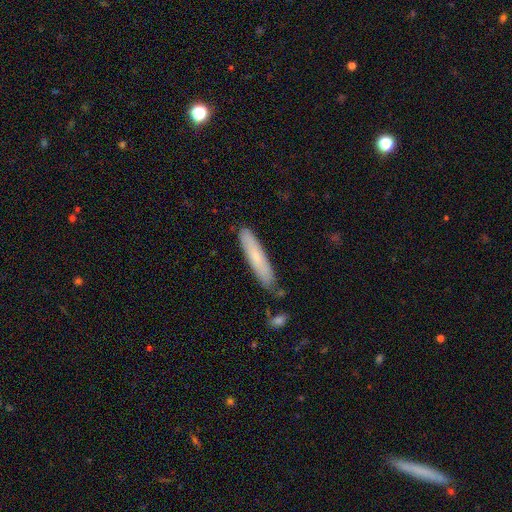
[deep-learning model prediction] Smooth or featured?
  - smooth: 67% *
  - featured or disk: 26%
  - star or artifact: 7%
How rounded?
  - cigar-shaped: 86% *
  - in between: 12%
  - round: 1%
Merging?
  - none: 80% *
  - minor disturbance: 14%
  - merger: 4%
  - major disturbance: 2%